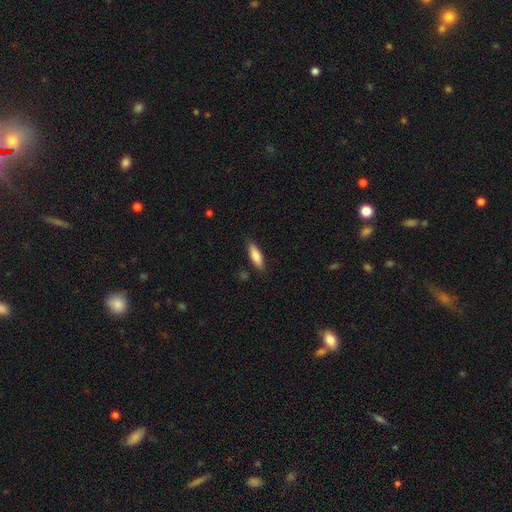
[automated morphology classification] Smooth or featured?
  - smooth: 79% *
  - featured or disk: 15%
  - star or artifact: 6%
How rounded?
  - cigar-shaped: 50% *
  - in between: 48%
  - round: 2%
Merging?
  - none: 83% *
  - minor disturbance: 12%
  - major disturbance: 3%
  - merger: 2%